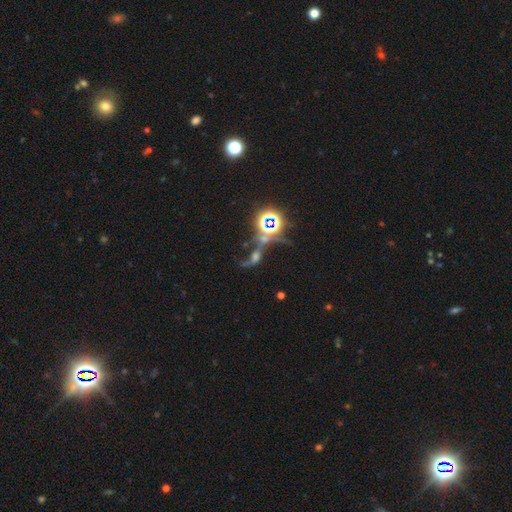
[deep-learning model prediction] Q: Smooth or featured?
A: star or artifact (53%); runner-up: featured or disk (32%)